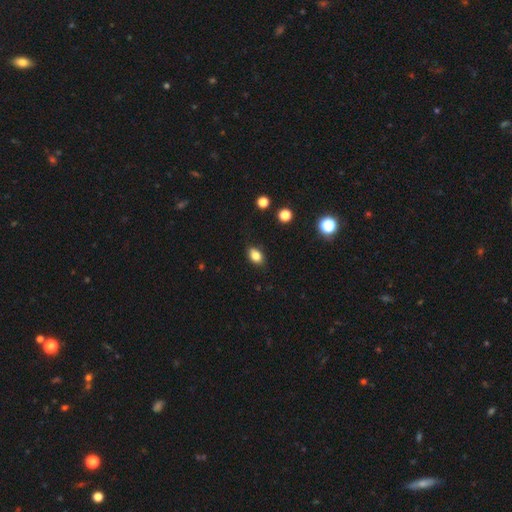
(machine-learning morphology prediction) This appears to be a smooth galaxy with no disk features (82%) that is in between round and cigar-shaped (80%). Merging: none (85%).